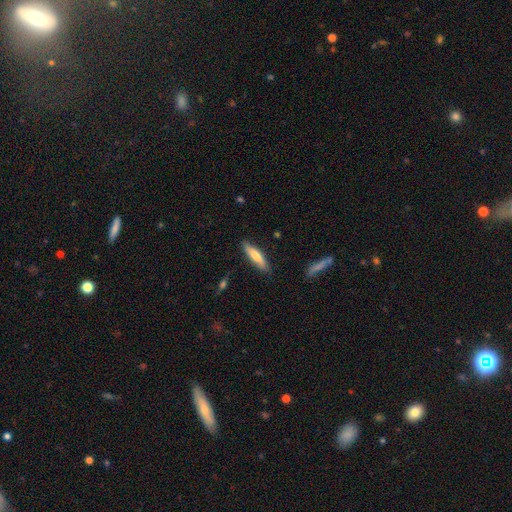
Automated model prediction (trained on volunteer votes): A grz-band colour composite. It shows a smooth galaxy with no disk features (72%) that is cigar-shaped (74%). Merging: none (85%).